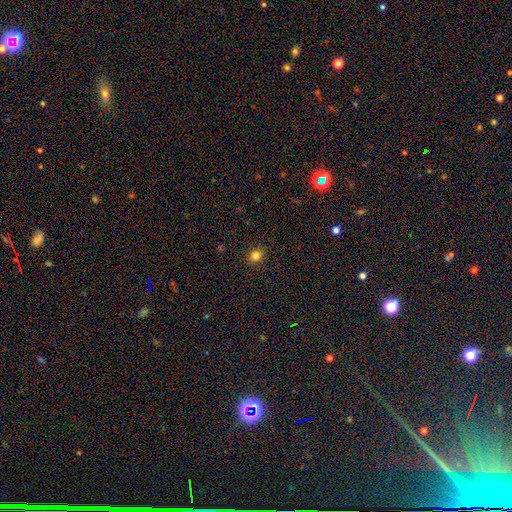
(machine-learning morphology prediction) Smooth or featured: smooth — 81% (star or artifact — 14%)
How rounded: round — 69% (in between — 30%)
Merging: none — 89% (minor disturbance — 8%)